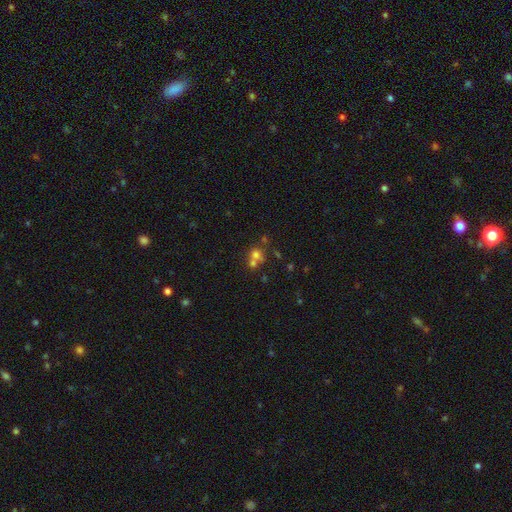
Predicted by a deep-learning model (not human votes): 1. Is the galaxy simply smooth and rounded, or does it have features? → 62% smooth, 20% star or artifact, 18% featured or disk.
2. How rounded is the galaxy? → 81% round, 18% in between, 1% cigar-shaped.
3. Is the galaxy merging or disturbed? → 48% merger, 41% none, 7% minor disturbance, 4% major disturbance.